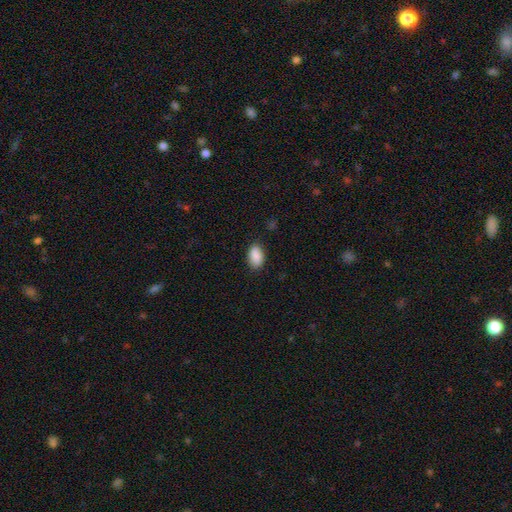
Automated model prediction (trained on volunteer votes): Smooth or featured? Predicted: smooth (p=0.90). How rounded? Predicted: in between (p=0.92). Merging? Predicted: none (p=0.85).